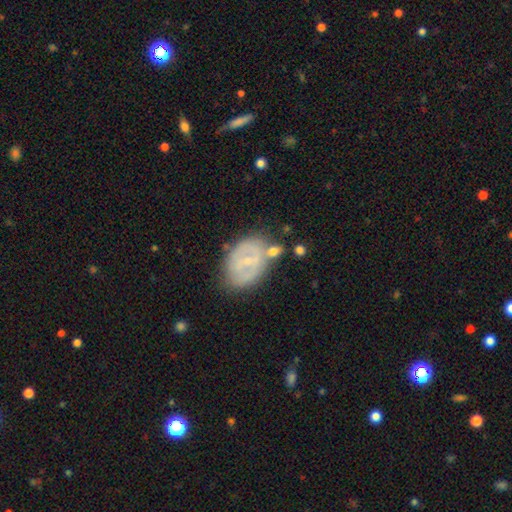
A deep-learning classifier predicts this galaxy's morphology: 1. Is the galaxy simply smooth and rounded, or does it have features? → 62% featured or disk, 30% smooth, 7% star or artifact.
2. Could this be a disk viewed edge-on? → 96% no, 4% yes.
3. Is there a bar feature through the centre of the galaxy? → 44% weak, 40% no, 16% strong.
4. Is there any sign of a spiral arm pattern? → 50% no (tied), 50% yes (tied).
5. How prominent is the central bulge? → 71% small, 21% moderate, 6% none, 1% large, 1% dominant.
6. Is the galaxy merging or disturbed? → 61% none, 23% minor disturbance, 8% major disturbance, 8% merger.